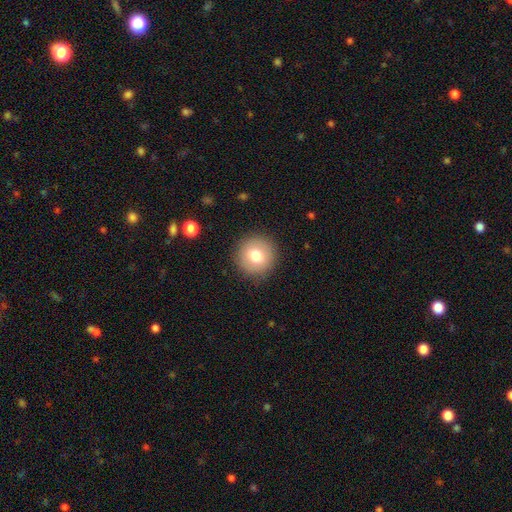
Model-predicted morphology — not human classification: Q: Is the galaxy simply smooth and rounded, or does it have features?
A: smooth — 75%.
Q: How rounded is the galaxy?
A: round — 93%.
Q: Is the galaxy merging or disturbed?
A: none — 89%.